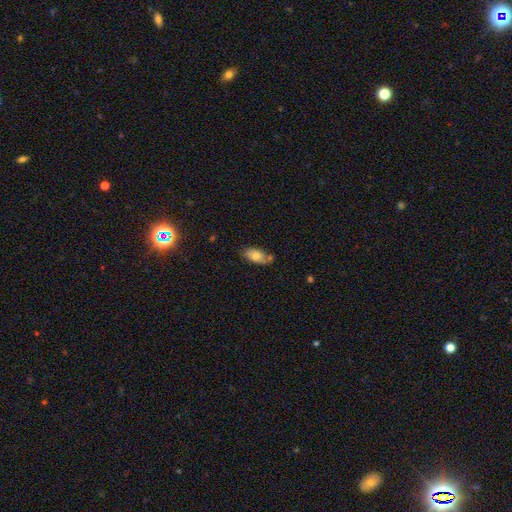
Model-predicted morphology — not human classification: Smooth or featured: smooth — 73% (featured or disk — 19%)
How rounded: in between — 91% (cigar-shaped — 5%)
Merging: none — 60% (minor disturbance — 23%)